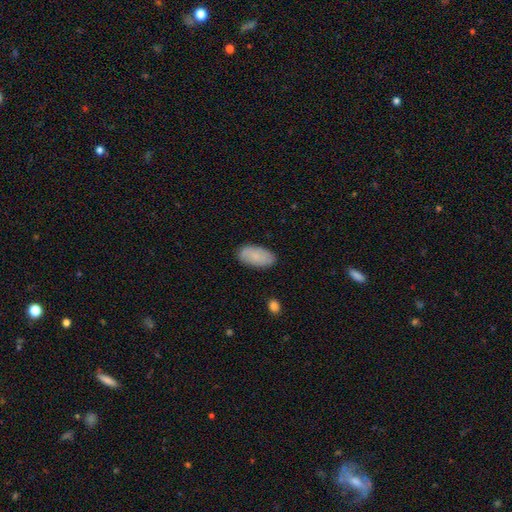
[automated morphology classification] Smooth or featured? smooth (81%)
How rounded? in between (94%)
Merging? none (84%)